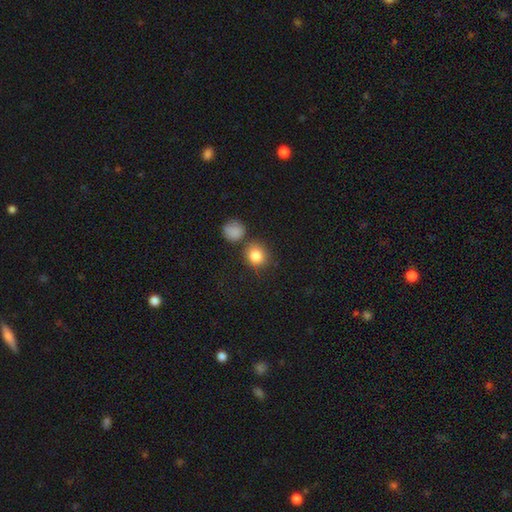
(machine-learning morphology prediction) A smooth galaxy with no disk features (85%) that is round (80%). Merging: none (71%).